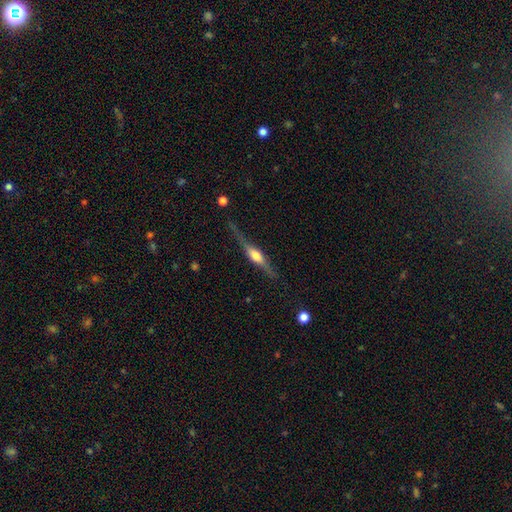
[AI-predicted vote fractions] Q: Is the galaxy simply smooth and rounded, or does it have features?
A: featured or disk — 73%.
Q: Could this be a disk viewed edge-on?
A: yes — 96%.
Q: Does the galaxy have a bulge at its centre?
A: rounded — 87%.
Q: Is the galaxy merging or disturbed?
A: none — 70%.